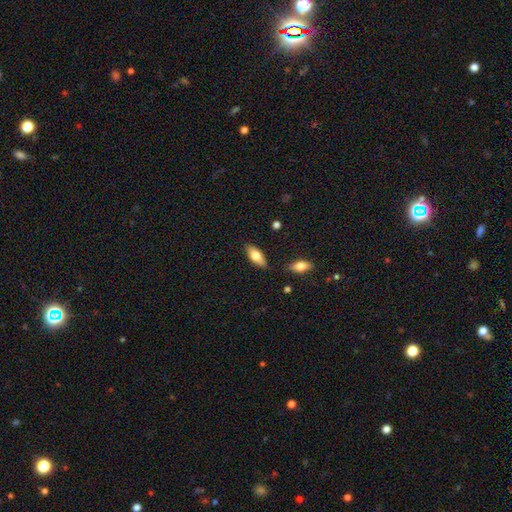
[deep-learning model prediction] A smooth galaxy with no disk features (67%) that is in between round and cigar-shaped (77%).

Vote fractions:
- Smooth or featured? smooth: 67% / featured or disk: 27% / star or artifact: 6%
- How rounded? in between: 77% / cigar-shaped: 21% / round: 2%
- Merging? none: 82% / minor disturbance: 12% / merger: 3% / major disturbance: 3%